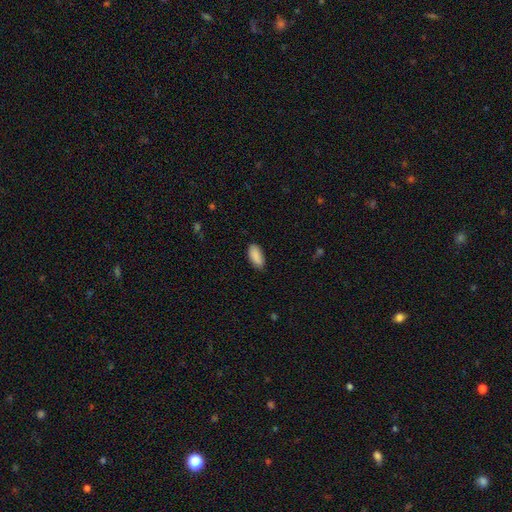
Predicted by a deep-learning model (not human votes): smooth-or-featured: smooth: 89% | star or artifact: 6% | featured or disk: 5%
  how-rounded: in between: 90% | cigar-shaped: 8% | round: 2%
  merging: none: 83% | minor disturbance: 14% | major disturbance: 3% | merger: 1%